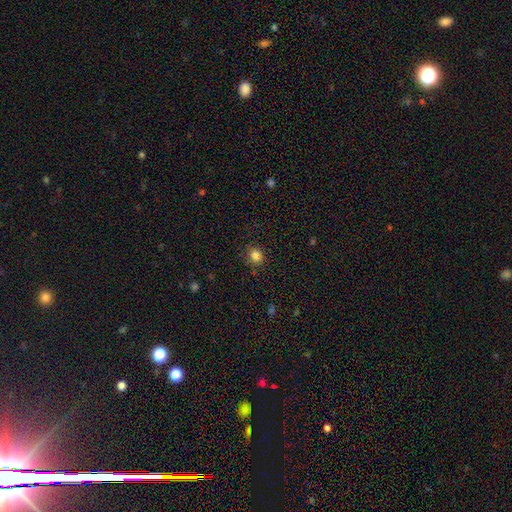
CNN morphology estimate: Smooth or featured? Predicted: smooth (p=0.83). How rounded? Predicted: round (p=0.83). Merging? Predicted: none (p=0.86).